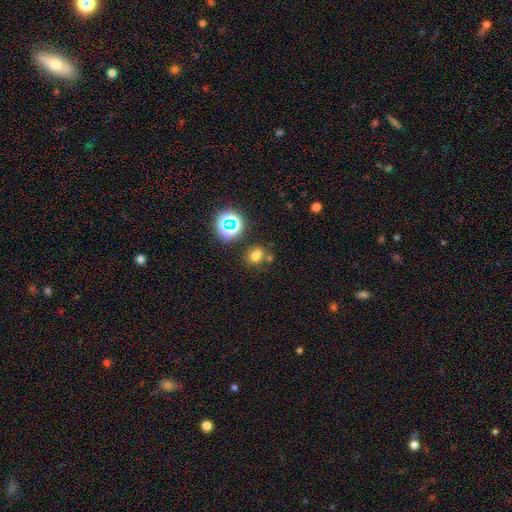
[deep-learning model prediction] Smooth or featured?
  - smooth: 67% *
  - star or artifact: 24%
  - featured or disk: 9%
How rounded?
  - round: 52% *
  - in between: 47%
  - cigar-shaped: 1%
Merging?
  - none: 63% *
  - merger: 19%
  - minor disturbance: 13%
  - major disturbance: 5%